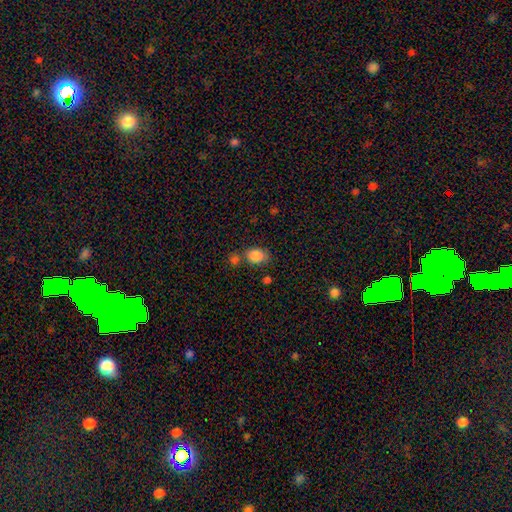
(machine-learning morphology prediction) Smooth or featured? Predicted: smooth (p=0.86). How rounded? Predicted: in between (p=0.63). Merging? Predicted: none (p=0.60).